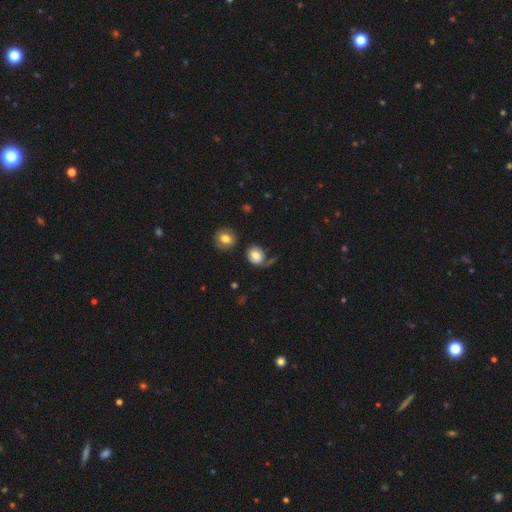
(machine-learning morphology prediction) smooth-or-featured: smooth: 78% | featured or disk: 13% | star or artifact: 9%
  how-rounded: round: 66% | in between: 32% | cigar-shaped: 1%
  merging: none: 57% | minor disturbance: 21% | major disturbance: 13% | merger: 9%